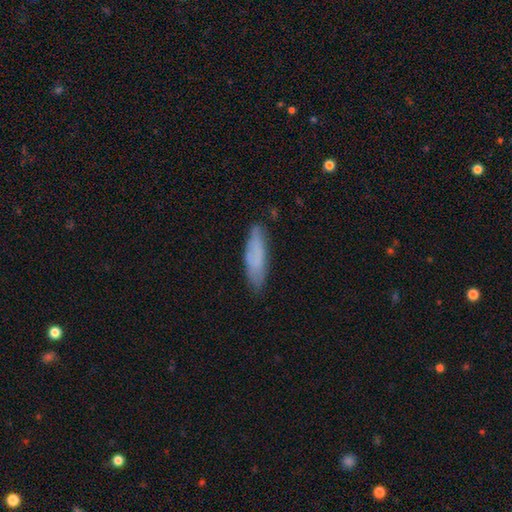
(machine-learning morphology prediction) Smooth or featured?
  - smooth: 70% *
  - featured or disk: 23%
  - star or artifact: 7%
How rounded?
  - cigar-shaped: 62% *
  - in between: 37%
  - round: 2%
Merging?
  - none: 75% *
  - minor disturbance: 19%
  - major disturbance: 4%
  - merger: 2%